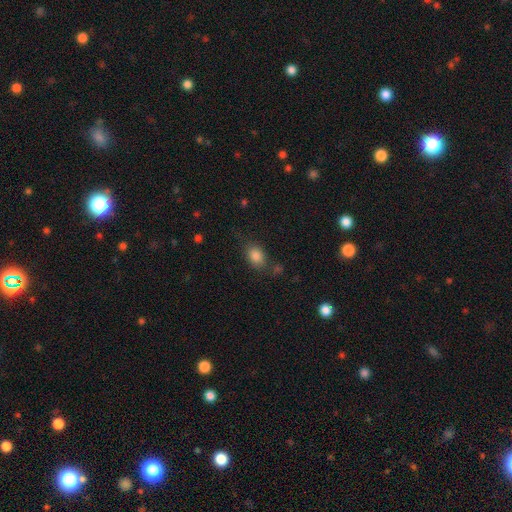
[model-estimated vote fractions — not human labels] This is clearly a smooth galaxy (84%). How rounded: likely in between (73%). Merging: likely none (69%).